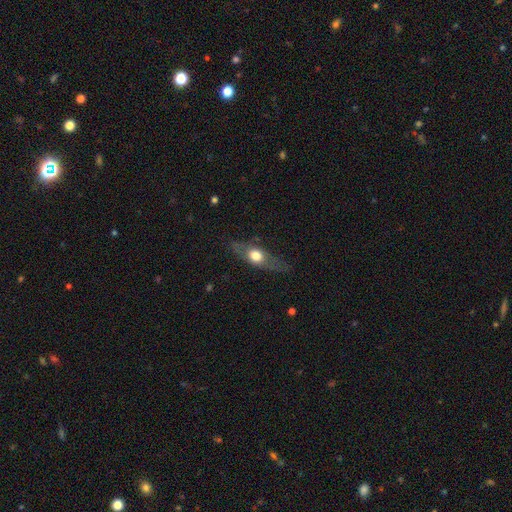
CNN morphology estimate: smooth 48%, featured or disk 45%, star or artifact 7%. Down the decision tree: merging — none (70%).